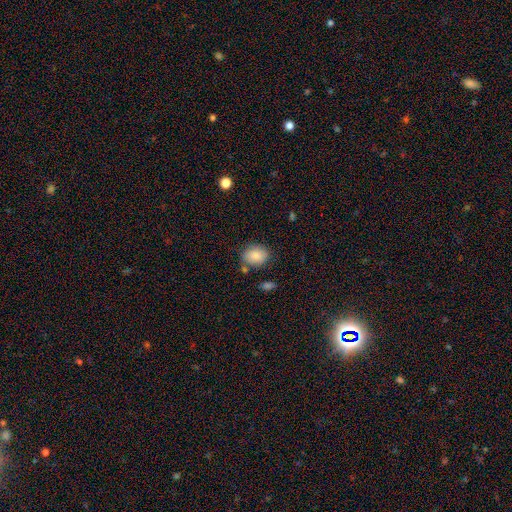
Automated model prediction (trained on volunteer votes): A smooth galaxy with no disk features (85%) that is in between round and cigar-shaped (57%).

Vote fractions:
- Smooth or featured? smooth: 85% / star or artifact: 8% / featured or disk: 8%
- How rounded? in between: 57% / round: 42% / cigar-shaped: 1%
- Merging? none: 75% / minor disturbance: 16% / merger: 6% / major disturbance: 4%